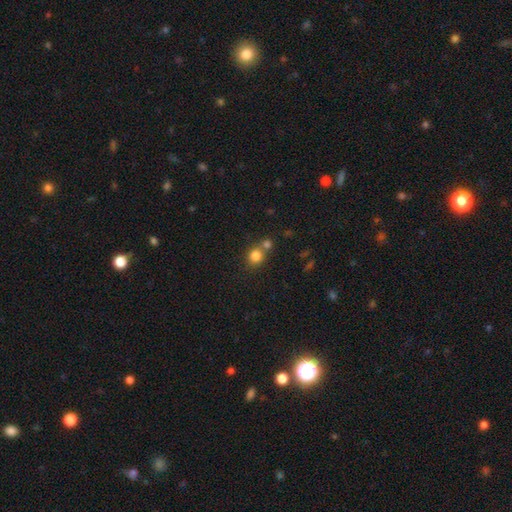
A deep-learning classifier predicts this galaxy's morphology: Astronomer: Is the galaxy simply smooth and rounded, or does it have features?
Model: smooth — 82%.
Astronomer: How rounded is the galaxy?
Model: round — 85%.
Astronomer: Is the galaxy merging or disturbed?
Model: none — 55% (runner-up: merger, 34%).